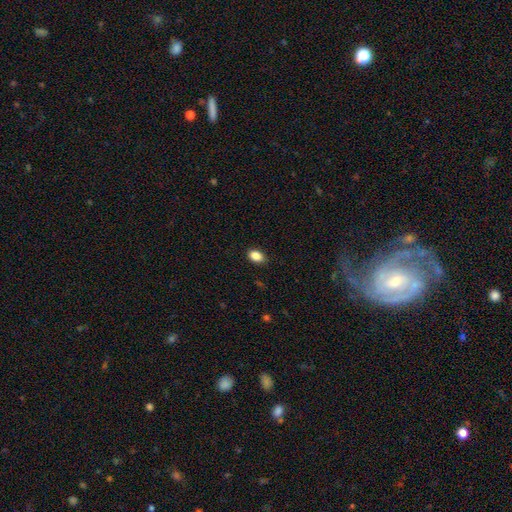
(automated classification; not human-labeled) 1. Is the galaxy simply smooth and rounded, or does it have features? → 86% smooth, 9% star or artifact, 5% featured or disk.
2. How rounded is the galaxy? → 80% in between, 19% round, 1% cigar-shaped.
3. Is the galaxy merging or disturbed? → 87% none, 10% minor disturbance, 2% major disturbance, 1% merger.